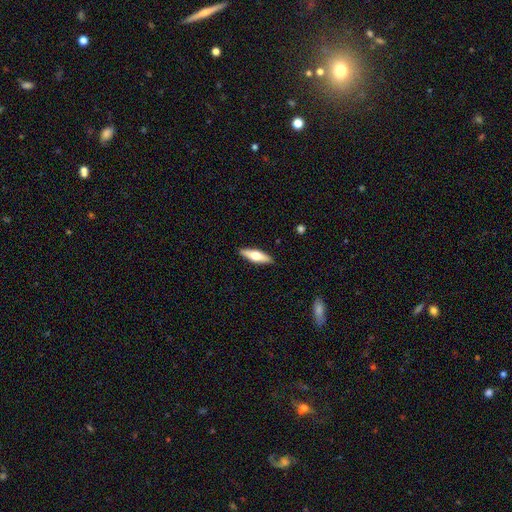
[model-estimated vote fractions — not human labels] smooth 53%, featured or disk 41%, star or artifact 6%. Down the decision tree: how rounded — cigar-shaped (56%); merging — none (90%).